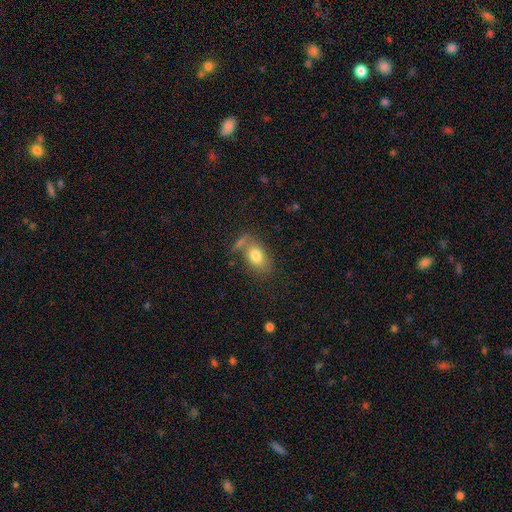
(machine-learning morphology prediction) smooth-or-featured: smooth: 78% | featured or disk: 14% | star or artifact: 8%
  how-rounded: in between: 83% | round: 15% | cigar-shaped: 2%
  merging: none: 58% | merger: 19% | minor disturbance: 16% | major disturbance: 7%